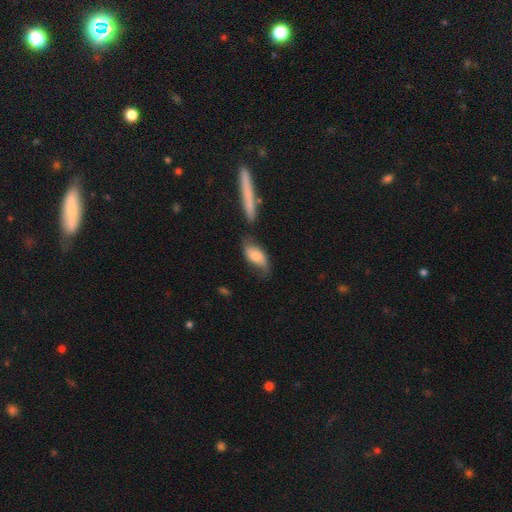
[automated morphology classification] Q: Smooth or featured?
A: smooth (60%); runner-up: featured or disk (34%)
Q: How rounded?
A: in between (85%); runner-up: cigar-shaped (11%)
Q: Merging?
A: none (49%); runner-up: minor disturbance (27%)